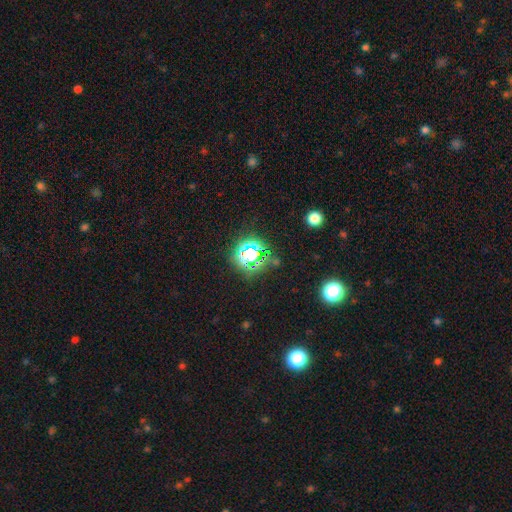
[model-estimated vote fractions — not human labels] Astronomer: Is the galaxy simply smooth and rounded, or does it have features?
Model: star or artifact — 76%.